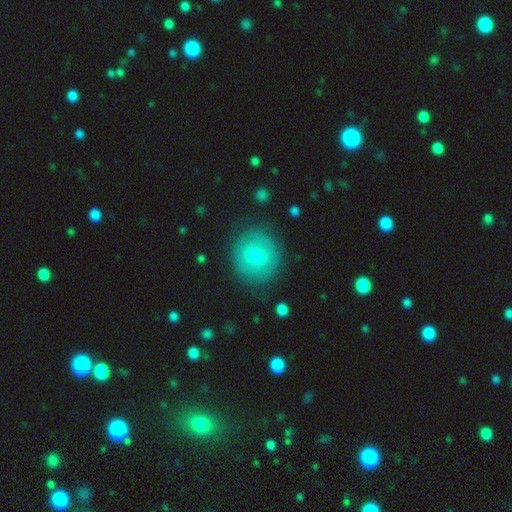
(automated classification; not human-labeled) smooth_or_featured: smooth (p=0.67) [alt: featured or disk p=0.23]
how_rounded: round (p=0.88) [alt: in between p=0.11]
merging: none (p=0.84) [alt: minor disturbance p=0.11]